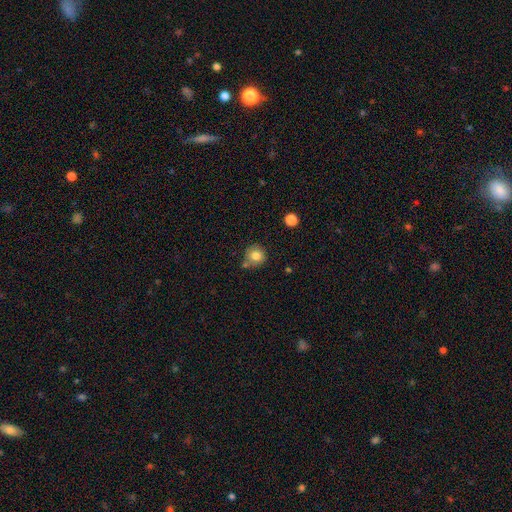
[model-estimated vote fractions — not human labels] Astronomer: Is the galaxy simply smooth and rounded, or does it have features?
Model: smooth — 81%.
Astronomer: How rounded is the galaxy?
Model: round — 91%.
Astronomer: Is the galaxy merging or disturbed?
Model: none — 69%.